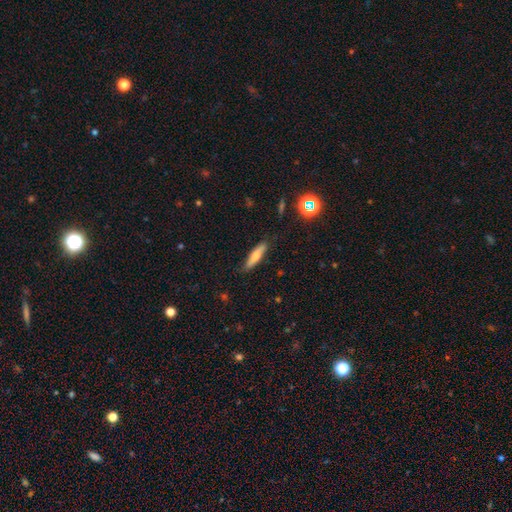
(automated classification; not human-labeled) This appears to be a smooth galaxy with no disk features (67%) that is cigar-shaped (78%). Merging: none (83%).